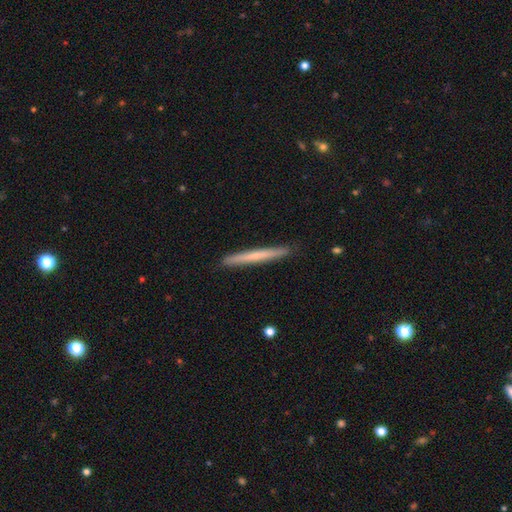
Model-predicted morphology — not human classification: smooth 54%, featured or disk 40%, star or artifact 6%. Down the decision tree: how rounded — cigar-shaped (97%); merging — none (91%).